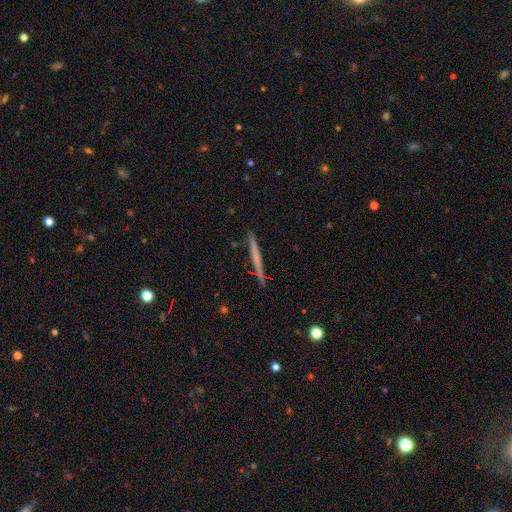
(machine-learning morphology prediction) Smooth or featured: smooth — 53% (featured or disk — 41%)
How rounded: cigar-shaped — 97% (in between — 2%)
Merging: none — 87% (minor disturbance — 9%)